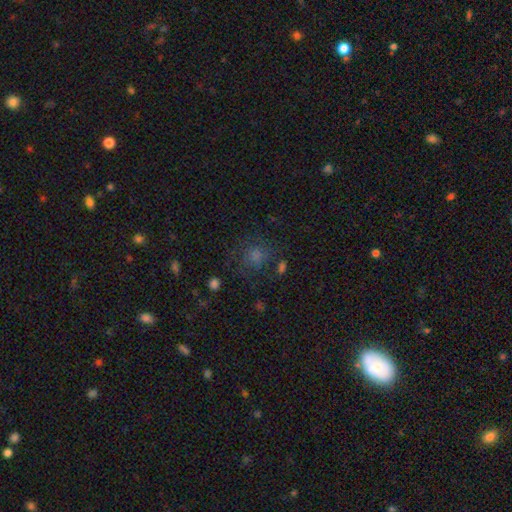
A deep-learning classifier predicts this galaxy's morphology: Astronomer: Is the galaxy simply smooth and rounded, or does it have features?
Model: smooth — 69%.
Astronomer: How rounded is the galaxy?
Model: round — 80%.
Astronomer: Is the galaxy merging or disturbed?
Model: none — 63%.